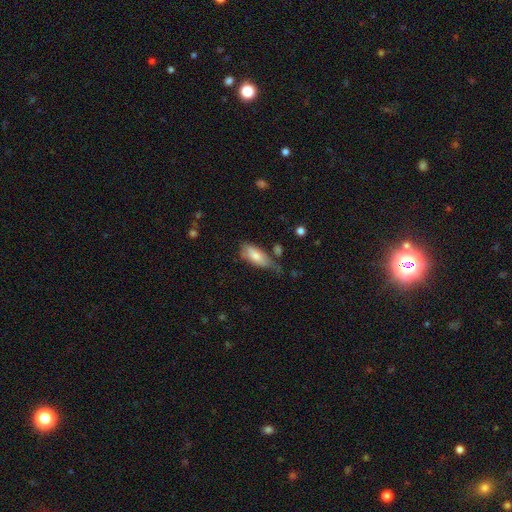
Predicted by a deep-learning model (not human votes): Overall: smooth (75%). How rounded: in between (81%). Merging: none (43%; minor disturbance 36%).